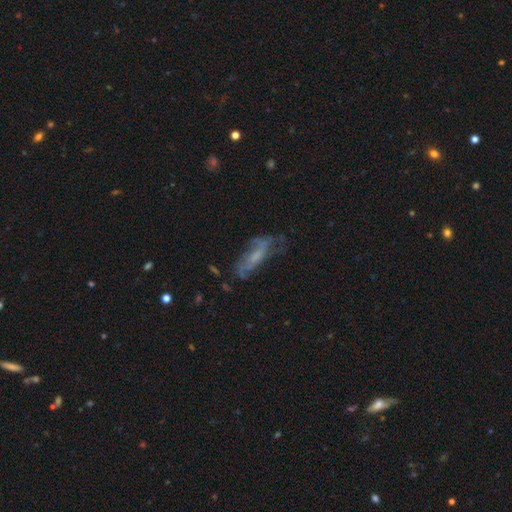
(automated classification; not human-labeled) This appears to be a featured or disk galaxy (57%). Merging: none (49%).